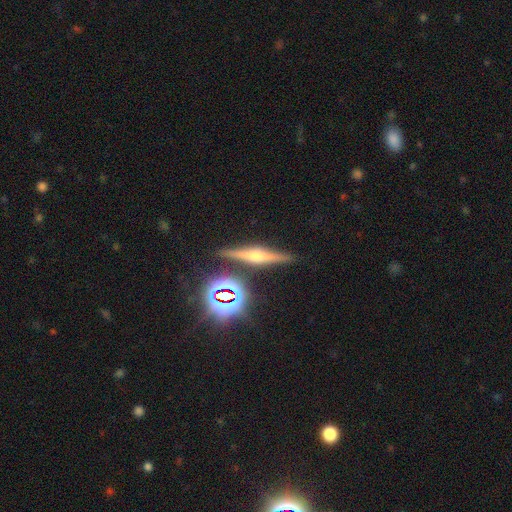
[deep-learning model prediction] Overall: featured or disk (65%). Edge-on disk: yes (96%). Edge-on bulge: rounded (88%). Merging: none (88%).